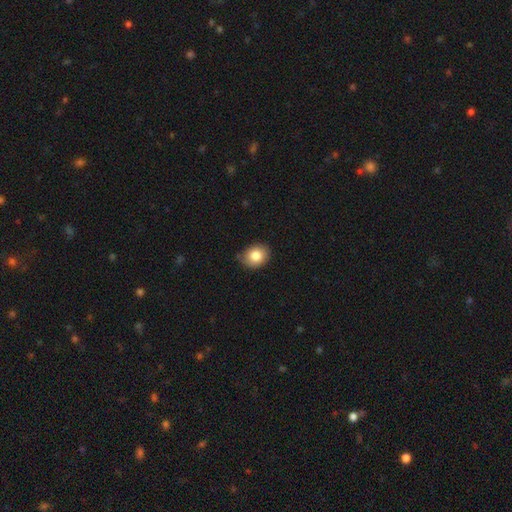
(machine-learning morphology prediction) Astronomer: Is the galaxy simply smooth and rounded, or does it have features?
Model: smooth — 83%.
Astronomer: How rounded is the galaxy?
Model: round — 51% (runner-up: in between, 48%).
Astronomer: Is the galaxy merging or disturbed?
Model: none — 78%.